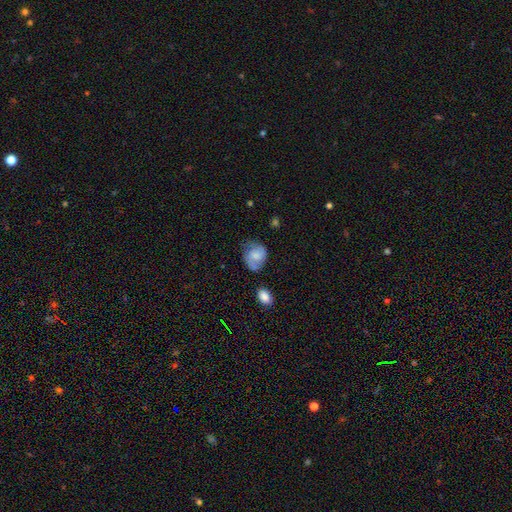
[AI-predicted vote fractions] Smooth or featured? smooth (56%)
How rounded? round (55%)
Merging? none (49%)